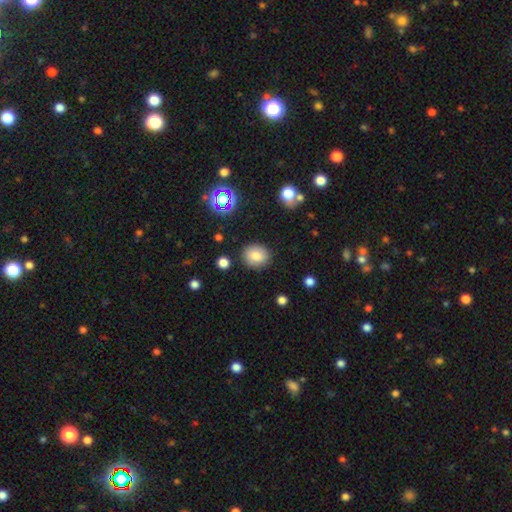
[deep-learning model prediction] This is likely a smooth galaxy (79%). How rounded: likely round (72%). Merging: clearly none (86%).